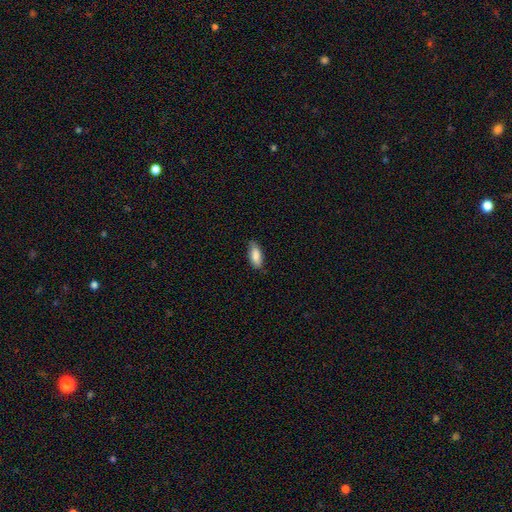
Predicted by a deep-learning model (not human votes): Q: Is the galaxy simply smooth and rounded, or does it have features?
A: smooth — 84%.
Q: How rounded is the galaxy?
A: in between — 77%.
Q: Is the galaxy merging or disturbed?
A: none — 78%.